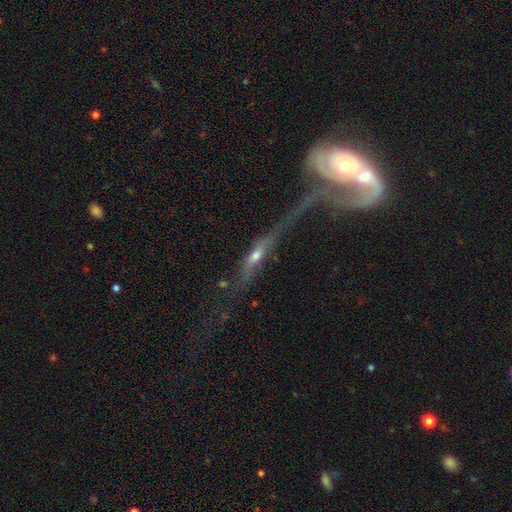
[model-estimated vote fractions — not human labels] featured or disk 56%, smooth 32%, star or artifact 12%. Down the decision tree: edge-on disk — yes (66%); merging — major disturbance (31%).